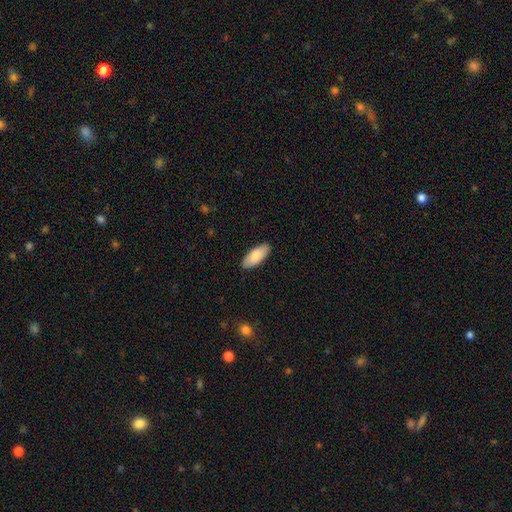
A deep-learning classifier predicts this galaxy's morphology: Smooth or featured? smooth (86%)
How rounded? in between (85%)
Merging? none (89%)